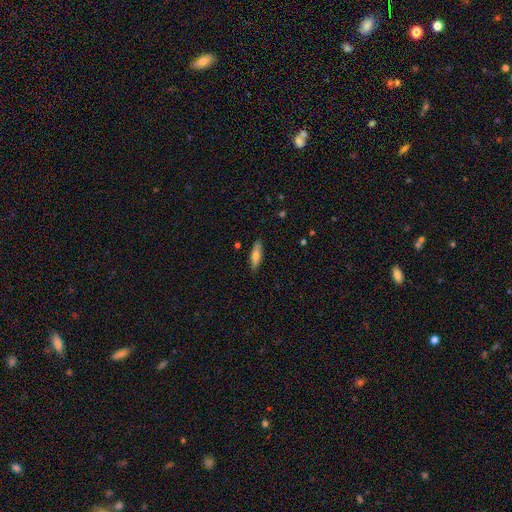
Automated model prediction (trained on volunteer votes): Overall: smooth (72%). How rounded: cigar-shaped (55%; in between 43%). Merging: none (86%).